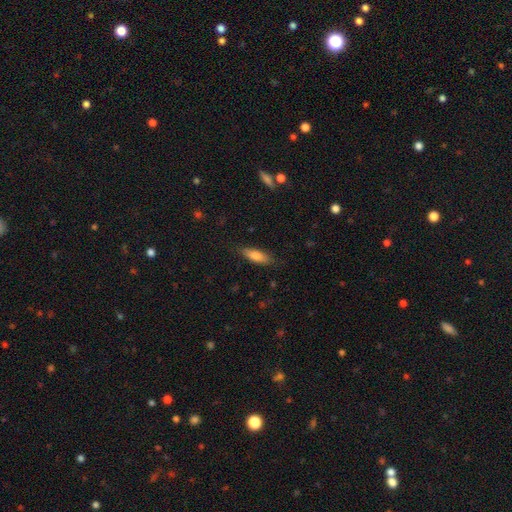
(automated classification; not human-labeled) Overall: smooth (79%). How rounded: in between (56%; cigar-shaped 42%). Merging: none (82%).